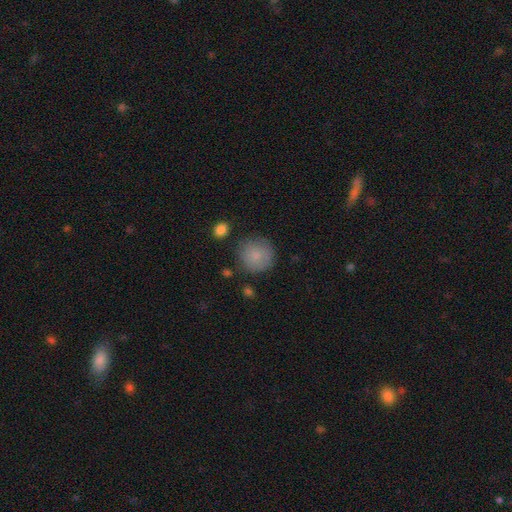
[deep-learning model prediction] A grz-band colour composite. It shows a smooth galaxy with no disk features (83%) that is round (93%). Merging: none (77%).